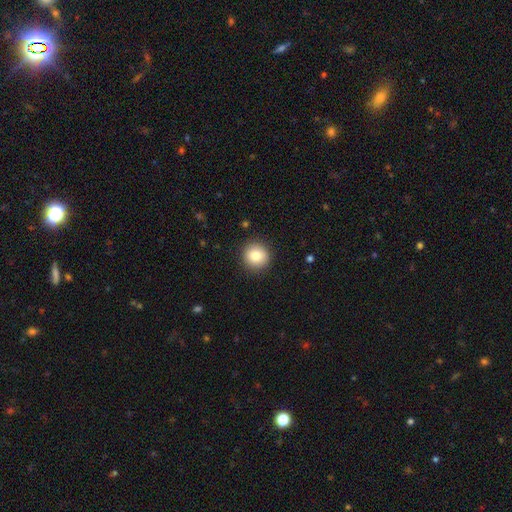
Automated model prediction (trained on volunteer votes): Smooth or featured: smooth — 83% (star or artifact — 9%)
How rounded: round — 94% (in between — 5%)
Merging: none — 91% (minor disturbance — 6%)